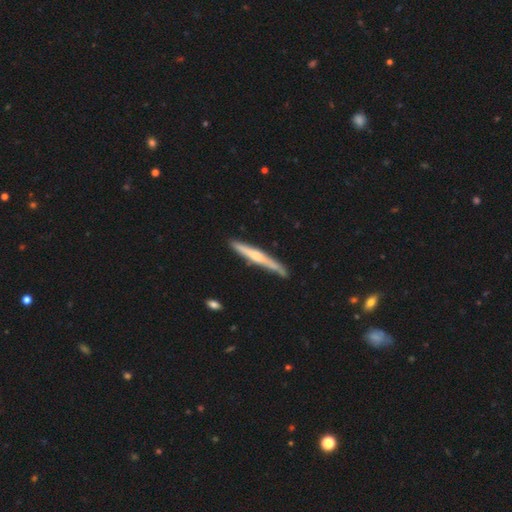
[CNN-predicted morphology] smooth_or_featured: featured or disk (p=0.58) [alt: smooth p=0.37]
disk_edge_on: yes (p=0.97) [alt: no p=0.03]
edge_on_bulge: rounded (p=0.55) [alt: none p=0.30]
merging: none (p=0.83) [alt: minor disturbance p=0.13]